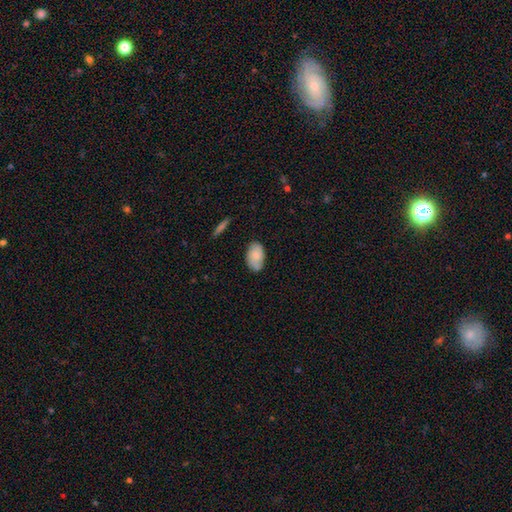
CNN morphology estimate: Smooth or featured: smooth — 74% (featured or disk — 19%)
How rounded: in between — 92% (round — 6%)
Merging: none — 68% (minor disturbance — 24%)